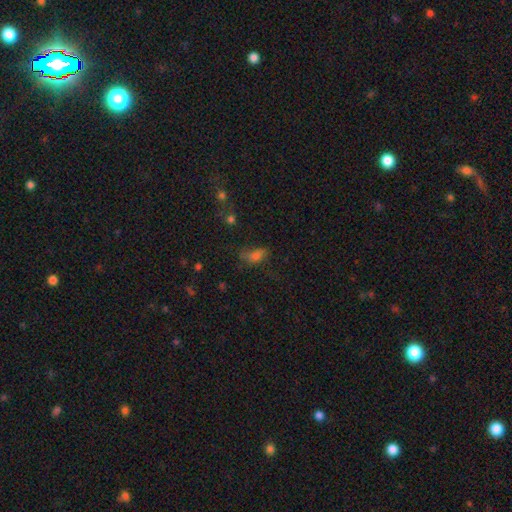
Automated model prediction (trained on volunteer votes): smooth_or_featured: smooth (p=0.64) [alt: star or artifact p=0.22]
how_rounded: in between (p=0.82) [alt: round p=0.09]
merging: none (p=0.42) [alt: minor disturbance p=0.28]